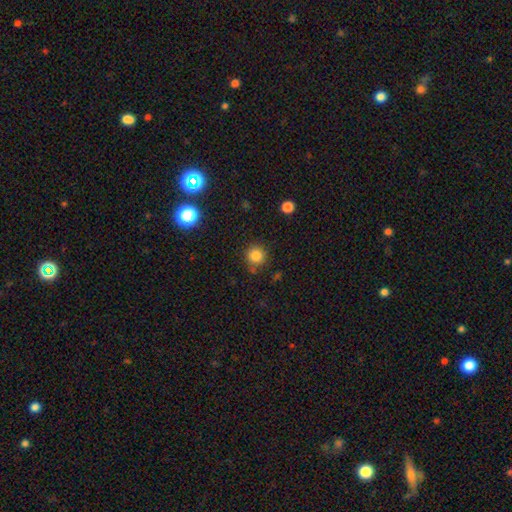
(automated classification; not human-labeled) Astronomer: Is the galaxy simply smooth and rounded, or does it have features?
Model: smooth — 82%.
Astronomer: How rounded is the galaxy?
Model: round — 94%.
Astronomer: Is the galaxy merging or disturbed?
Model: none — 84%.